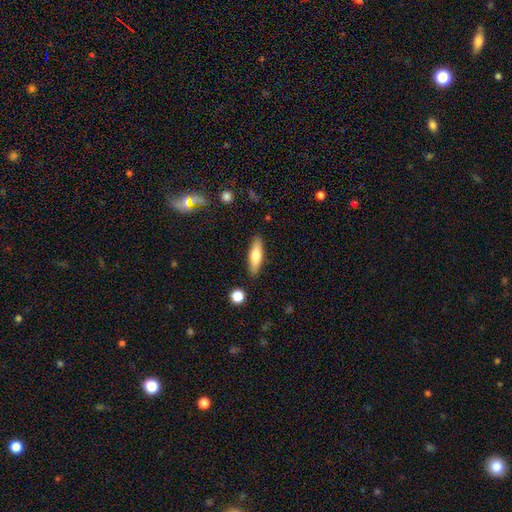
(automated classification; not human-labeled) smooth 67%, featured or disk 26%, star or artifact 6%. Down the decision tree: how rounded — cigar-shaped (58%); merging — none (88%).